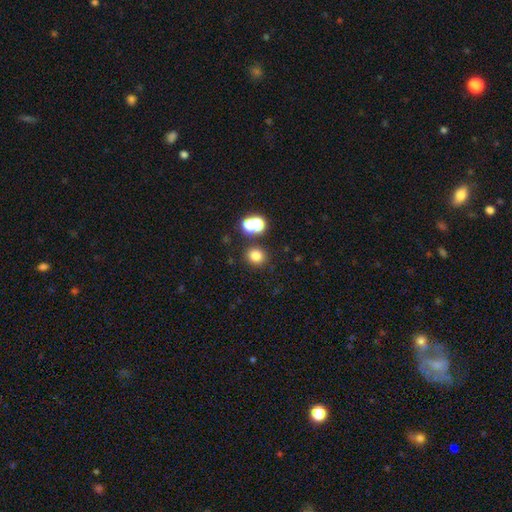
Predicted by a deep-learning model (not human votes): This appears to be a smooth galaxy with no disk features (78%) that is round (79%). Merging: none (80%).